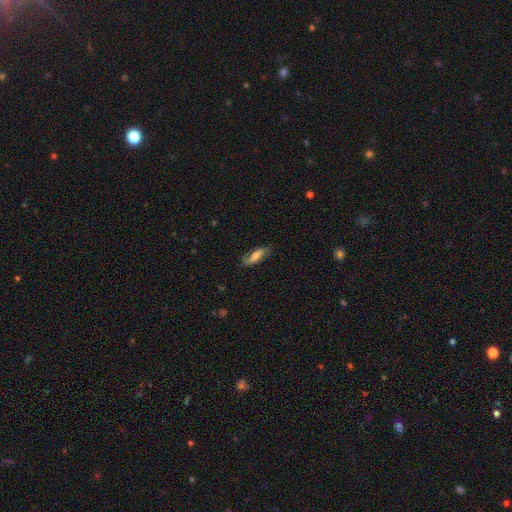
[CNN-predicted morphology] This appears to be a smooth galaxy with no disk features (51%) that is in between round and cigar-shaped (56%). Merging: none (75%).